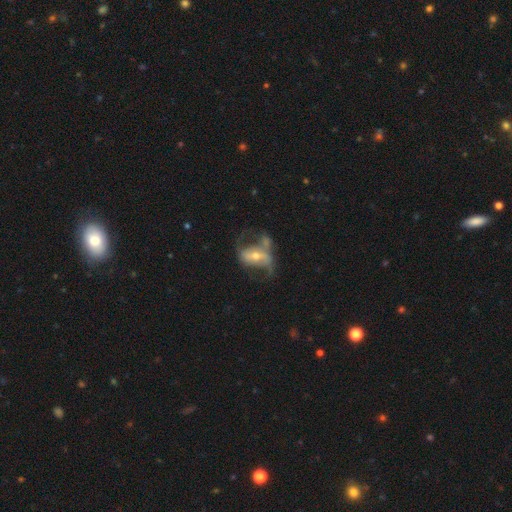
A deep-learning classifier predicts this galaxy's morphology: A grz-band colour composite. It shows a featured or disk galaxy (74%) with a strong bar (41%), 2 (78%) loose (55%) spiral arms (77%) and a moderate central bulge (48%). Merging: none (38%).